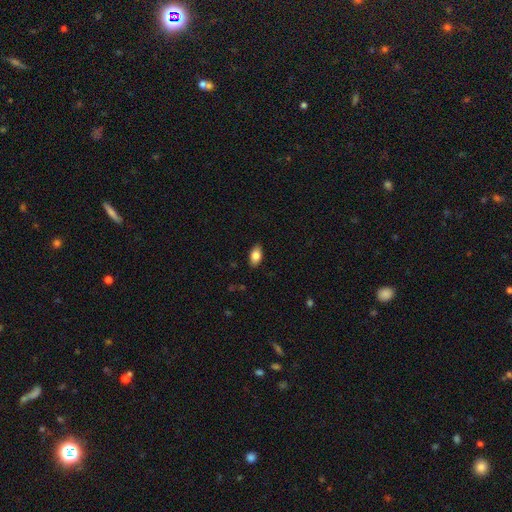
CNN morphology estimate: Smooth or featured?
  - smooth: 83% *
  - featured or disk: 10%
  - star or artifact: 7%
How rounded?
  - in between: 92% *
  - round: 5%
  - cigar-shaped: 3%
Merging?
  - none: 87% *
  - minor disturbance: 10%
  - major disturbance: 2%
  - merger: 1%